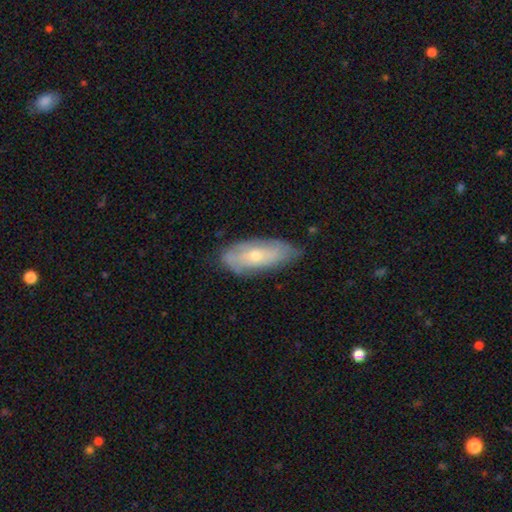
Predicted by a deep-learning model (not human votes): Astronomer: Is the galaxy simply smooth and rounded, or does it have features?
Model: featured or disk — 48% (runner-up: smooth, 46%).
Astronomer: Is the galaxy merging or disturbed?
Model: none — 67%.